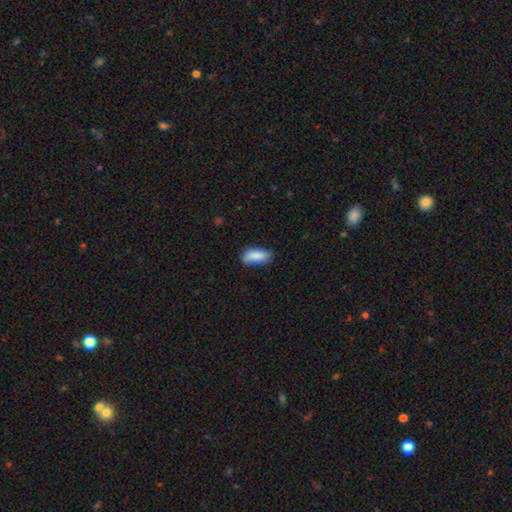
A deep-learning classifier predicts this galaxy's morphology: Overall: smooth (87%). How rounded: in between (83%). Merging: none (74%).